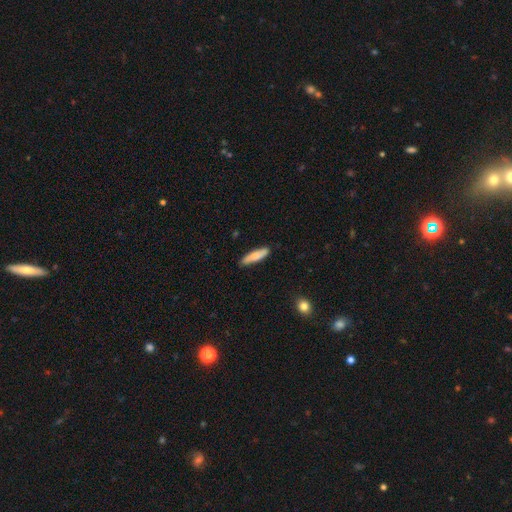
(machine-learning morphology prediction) type=smooth (75%); roundness=cigar-shaped (74%); merging=none (83%).